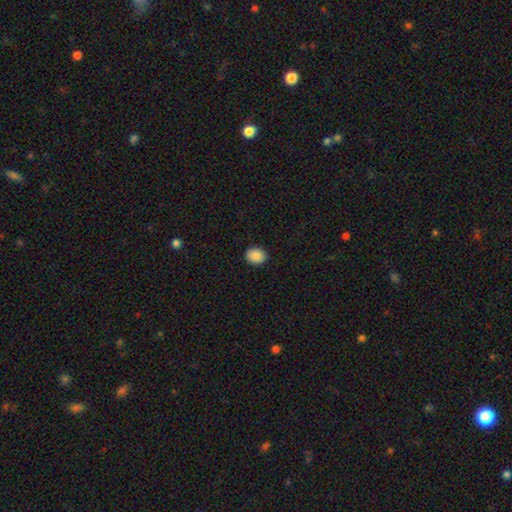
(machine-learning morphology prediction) smooth-or-featured: smooth: 89% | star or artifact: 8% | featured or disk: 3%
  how-rounded: round: 50% | in between: 49% | cigar-shaped: 1%
  merging: none: 90% | minor disturbance: 7% | major disturbance: 2% | merger: 1%